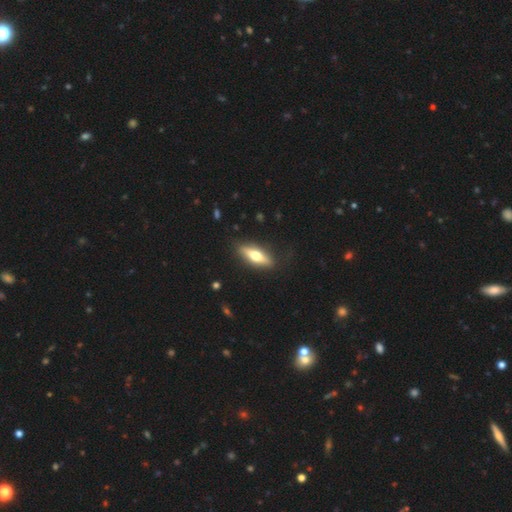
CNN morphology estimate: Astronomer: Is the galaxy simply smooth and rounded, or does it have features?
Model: smooth — 49% (runner-up: featured or disk, 45%).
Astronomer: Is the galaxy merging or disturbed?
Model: none — 85%.